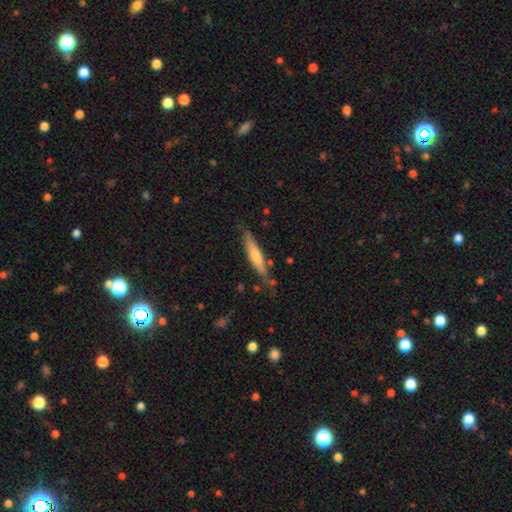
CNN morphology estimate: smooth 54%, featured or disk 40%, star or artifact 6%. Down the decision tree: how rounded — cigar-shaped (90%); merging — none (77%).